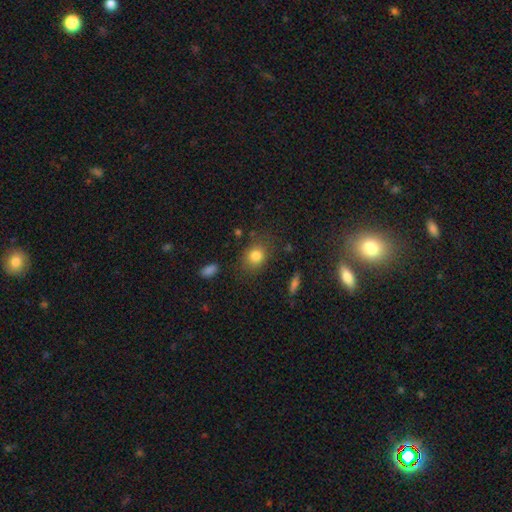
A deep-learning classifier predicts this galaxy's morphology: Smooth or featured?
  - smooth: 81% *
  - star or artifact: 11%
  - featured or disk: 8%
How rounded?
  - round: 52% *
  - in between: 46%
  - cigar-shaped: 2%
Merging?
  - none: 76% *
  - minor disturbance: 15%
  - major disturbance: 6%
  - merger: 3%